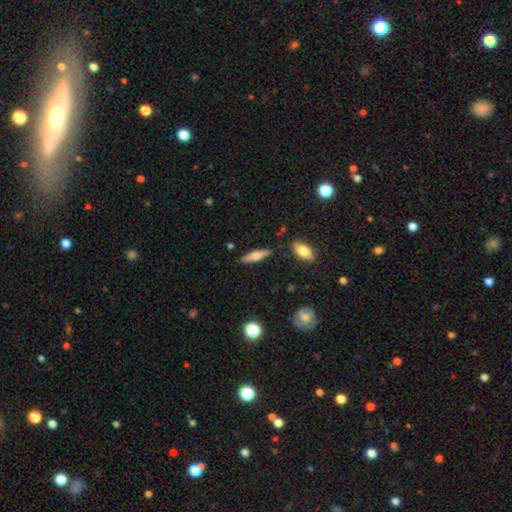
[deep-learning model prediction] Morphology: type=smooth (57%); roundness=cigar-shaped (70%); merging=none (85%).